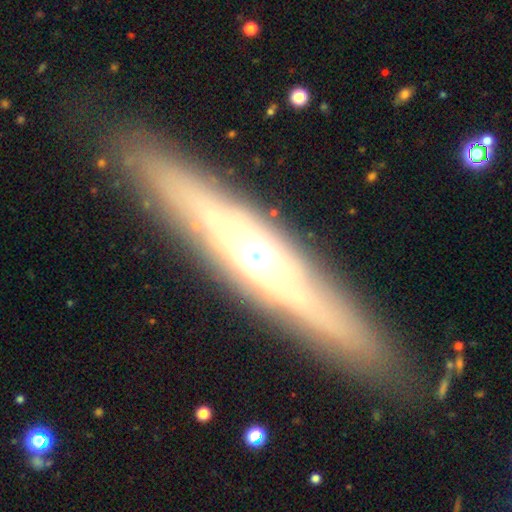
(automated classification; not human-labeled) smooth_or_featured: featured or disk (p=0.76) [alt: smooth p=0.18]
disk_edge_on: yes (p=0.83) [alt: no p=0.17]
edge_on_bulge: rounded (p=0.77) [alt: none p=0.14]
merging: none (p=0.87) [alt: minor disturbance p=0.09]